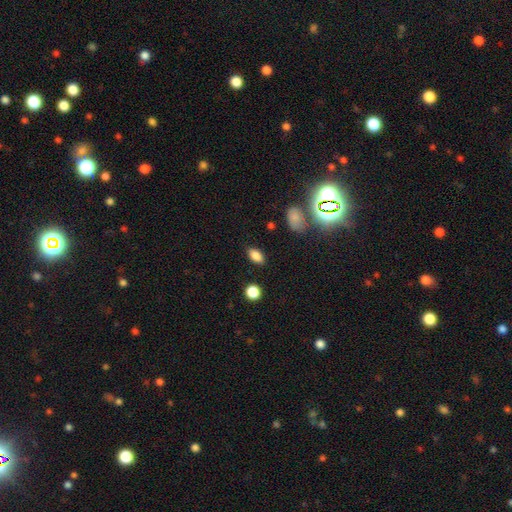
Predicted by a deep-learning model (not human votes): This is clearly a smooth galaxy (83%). How rounded: clearly in between (89%). Merging: clearly none (85%).